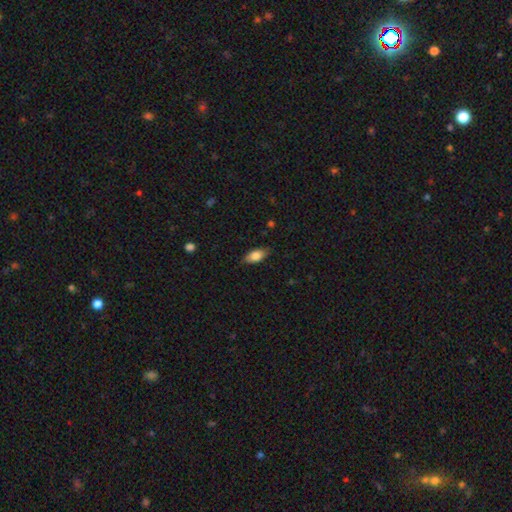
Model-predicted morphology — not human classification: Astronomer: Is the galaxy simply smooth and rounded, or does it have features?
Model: smooth — 79%.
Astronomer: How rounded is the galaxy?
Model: in between — 88%.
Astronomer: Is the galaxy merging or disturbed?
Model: none — 83%.